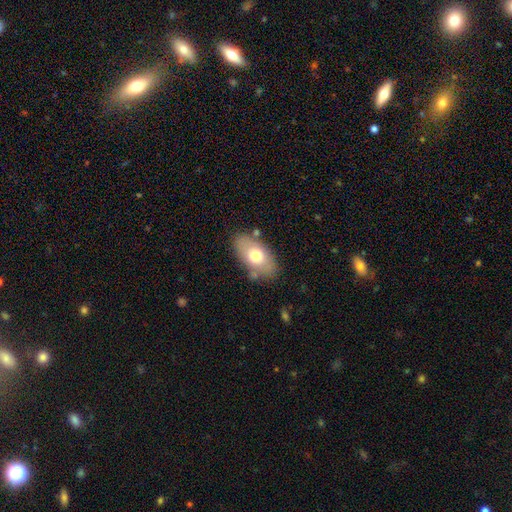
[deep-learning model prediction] A smooth galaxy with no disk features (68%) that is in between round and cigar-shaped (92%).

Vote fractions:
- Smooth or featured? smooth: 68% / featured or disk: 25% / star or artifact: 7%
- How rounded? in between: 92% / round: 6% / cigar-shaped: 2%
- Merging? none: 78% / minor disturbance: 14% / merger: 5% / major disturbance: 4%